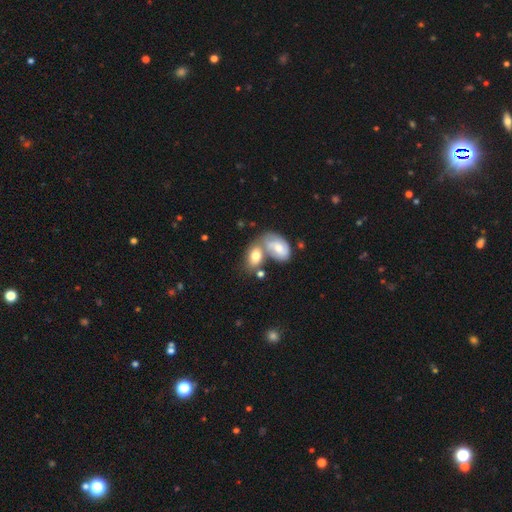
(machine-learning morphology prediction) smooth_or_featured: smooth (p=0.69) [alt: featured or disk p=0.24]
how_rounded: in between (p=0.87) [alt: round p=0.11]
merging: merger (p=0.60) [alt: none p=0.25]